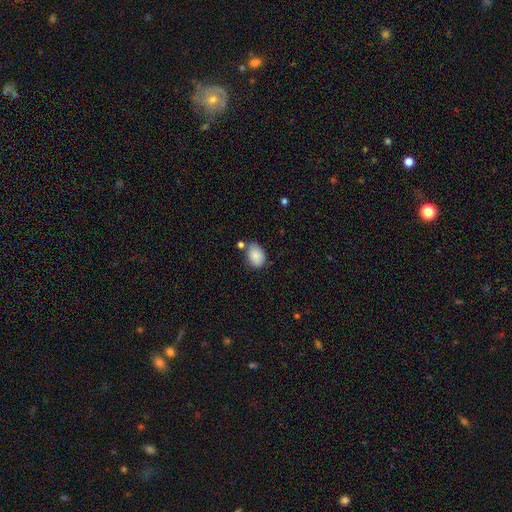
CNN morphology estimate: Smooth or featured?
  - smooth: 87% *
  - star or artifact: 7%
  - featured or disk: 6%
How rounded?
  - in between: 77% *
  - round: 22%
  - cigar-shaped: 1%
Merging?
  - none: 61% *
  - minor disturbance: 23%
  - merger: 11%
  - major disturbance: 5%